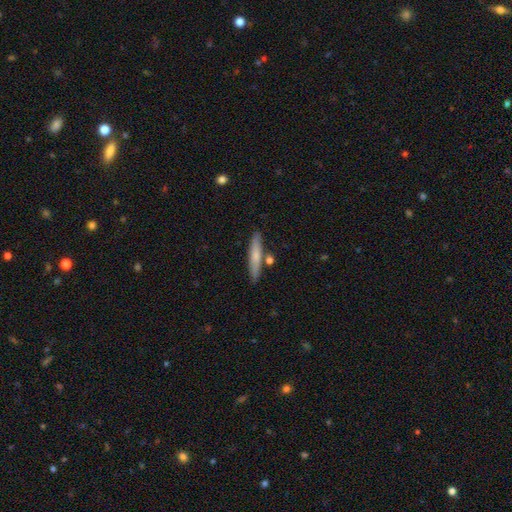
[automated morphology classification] Smooth or featured? Predicted: smooth (p=0.67). How rounded? Predicted: cigar-shaped (p=0.90). Merging? Predicted: none (p=0.81).